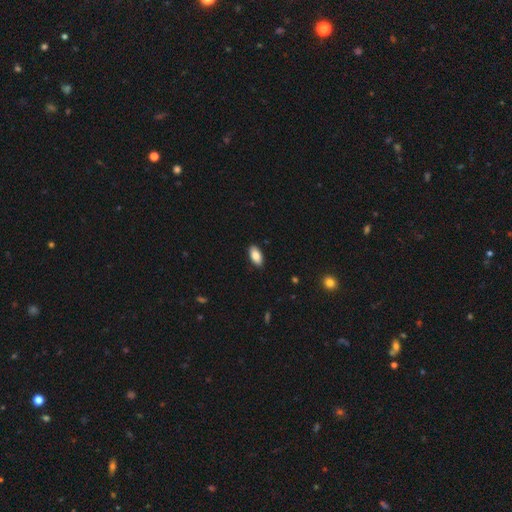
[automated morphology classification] Overall: smooth (85%). How rounded: in between (91%). Merging: none (89%).